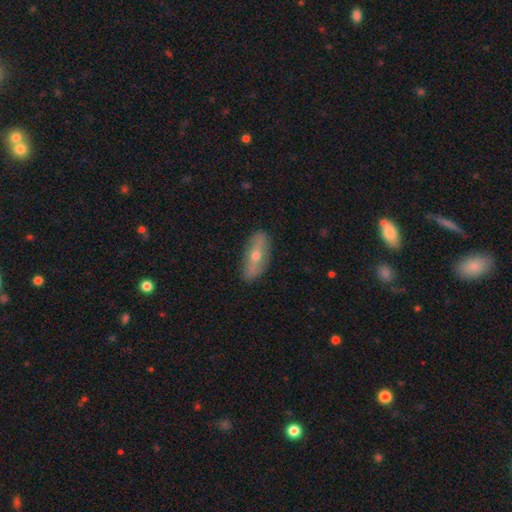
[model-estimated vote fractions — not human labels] Smooth or featured?
  - featured or disk: 53% *
  - smooth: 40%
  - star or artifact: 7%
Edge-on disk?
  - no: 52% *
  - yes: 48%
Merging?
  - none: 85% *
  - minor disturbance: 11%
  - major disturbance: 3%
  - merger: 1%